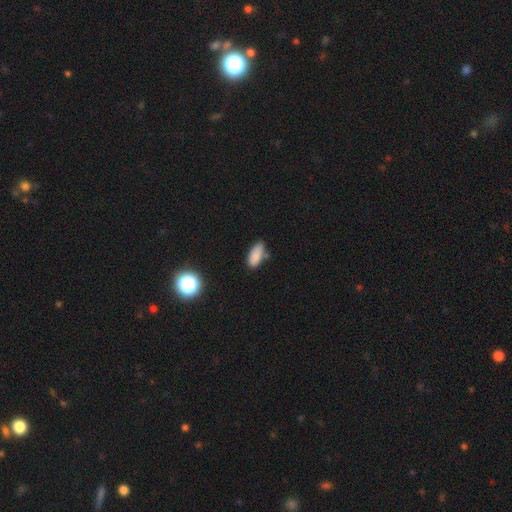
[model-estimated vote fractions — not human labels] Smooth or featured? smooth (84%)
How rounded? in between (85%)
Merging? none (64%)